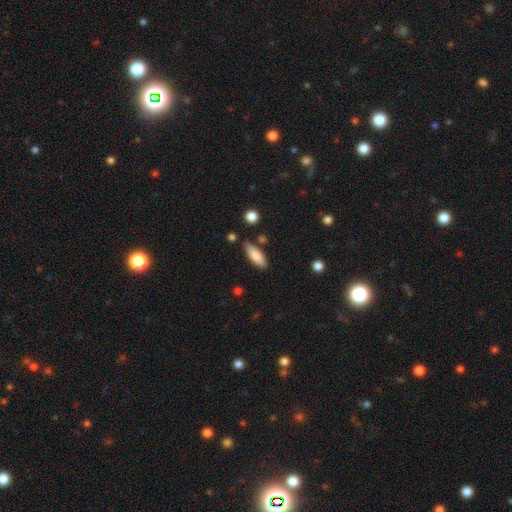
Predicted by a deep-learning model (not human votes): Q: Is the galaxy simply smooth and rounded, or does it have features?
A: smooth — 81%.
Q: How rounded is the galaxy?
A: in between — 66%.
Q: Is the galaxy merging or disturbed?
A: none — 78%.